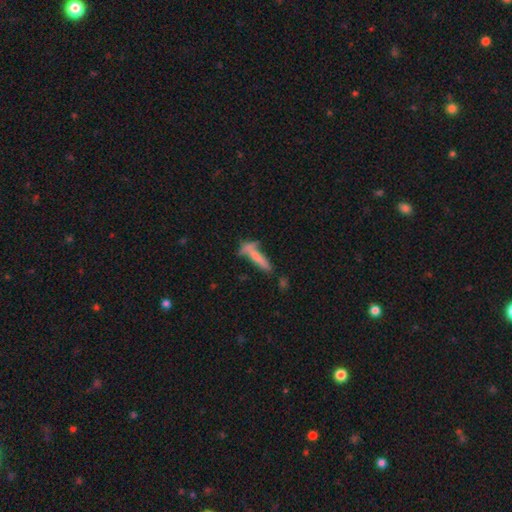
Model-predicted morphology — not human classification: smooth 57%, featured or disk 32%, star or artifact 11%. Down the decision tree: how rounded — cigar-shaped (86%); merging — none (44%).